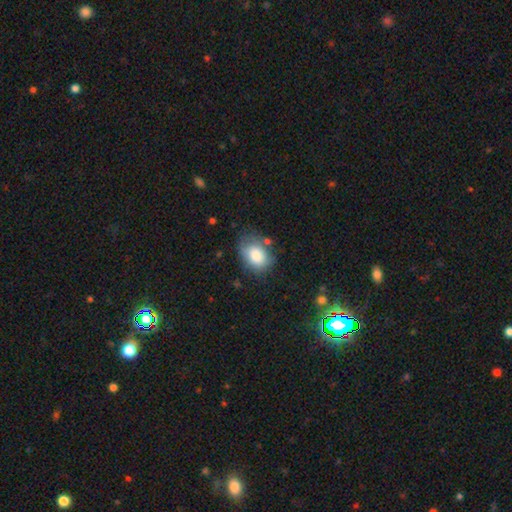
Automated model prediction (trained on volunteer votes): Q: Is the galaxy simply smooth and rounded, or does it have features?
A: smooth — 82%.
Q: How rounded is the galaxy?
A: in between — 72%.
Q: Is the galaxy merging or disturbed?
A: none — 61%.